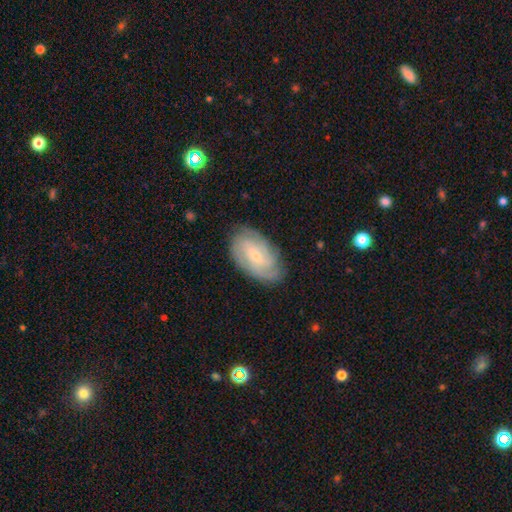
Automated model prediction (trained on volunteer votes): This is likely a featured or disk galaxy (73%). It is clearly not viewed edge-on (95%). Bar: possibly no (48%). Spiral arm pattern: clearly yes (93%). Spiral arm count: marginally can't tell (33%). Spiral winding: possibly tight (58%). Central bulge: likely small (73%). Merging: likely none (80%).